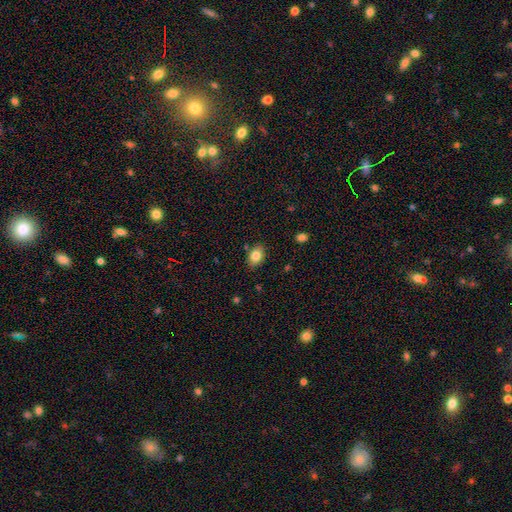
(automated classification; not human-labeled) Smooth or featured?
  - smooth: 83% *
  - star or artifact: 8%
  - featured or disk: 8%
How rounded?
  - in between: 82% *
  - round: 17%
  - cigar-shaped: 1%
Merging?
  - none: 84% *
  - minor disturbance: 12%
  - major disturbance: 2%
  - merger: 2%